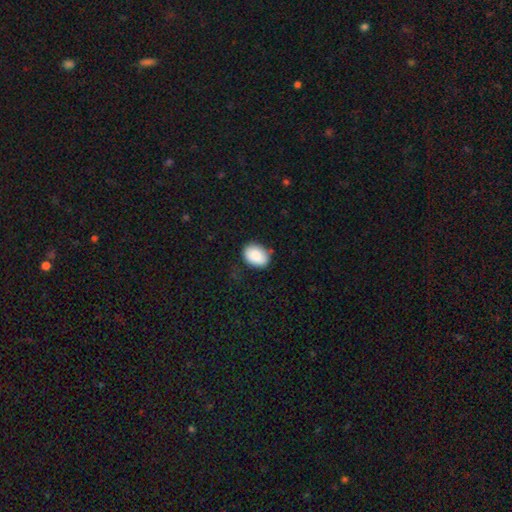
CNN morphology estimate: This appears to be a smooth galaxy with no disk features (86%) that is in between round and cigar-shaped (75%). Merging: none (76%).